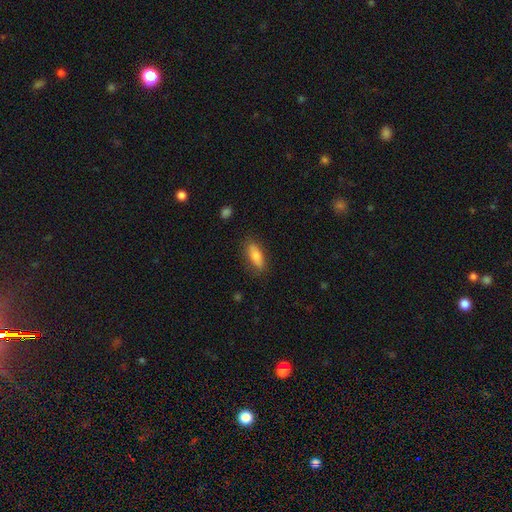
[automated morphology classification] type=smooth (76%); roundness=in between (72%); merging=none (80%).